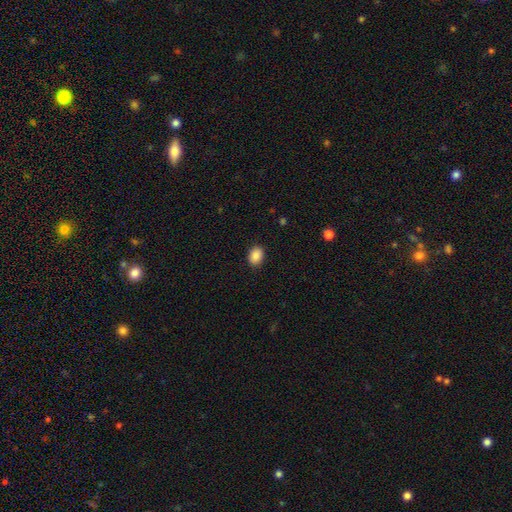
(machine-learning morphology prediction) smooth_or_featured: smooth (p=0.88) [alt: star or artifact p=0.08]
how_rounded: in between (p=0.71) [alt: round p=0.28]
merging: none (p=0.89) [alt: minor disturbance p=0.08]